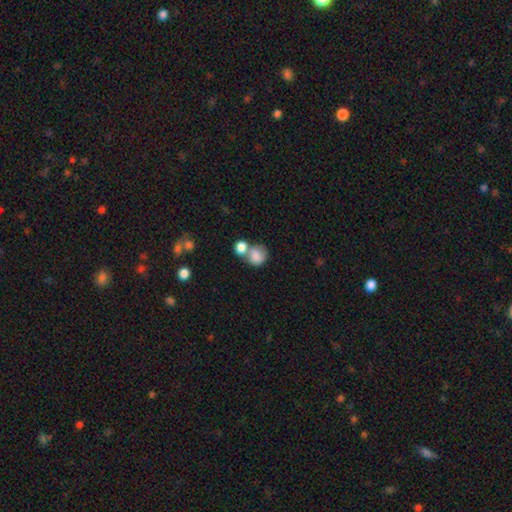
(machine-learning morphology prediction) Smooth or featured? Predicted: smooth (p=0.82). How rounded? Predicted: round (p=0.68). Merging? Predicted: merger (p=0.53).